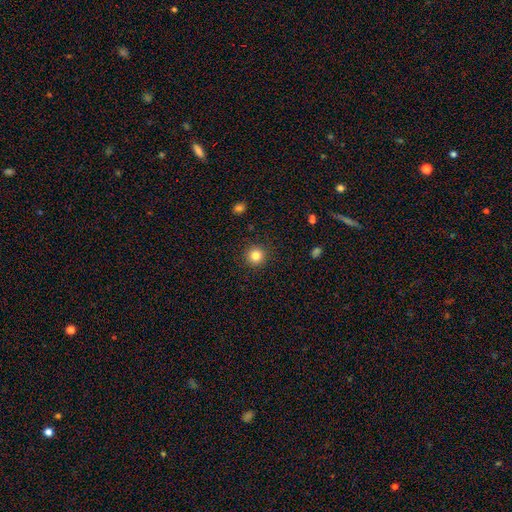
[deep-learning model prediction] Q: Smooth or featured?
A: smooth (83%); runner-up: star or artifact (11%)
Q: How rounded?
A: round (95%); runner-up: in between (4%)
Q: Merging?
A: none (91%); runner-up: minor disturbance (6%)